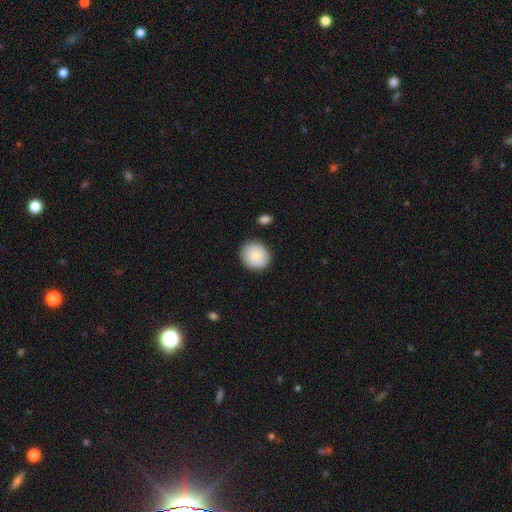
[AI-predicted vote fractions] A smooth galaxy with no disk features (83%) that is round (82%).

Vote fractions:
- Smooth or featured? smooth: 83% / featured or disk: 10% / star or artifact: 7%
- How rounded? round: 82% / in between: 17% / cigar-shaped: 1%
- Merging? none: 86% / minor disturbance: 10% / major disturbance: 2% / merger: 2%